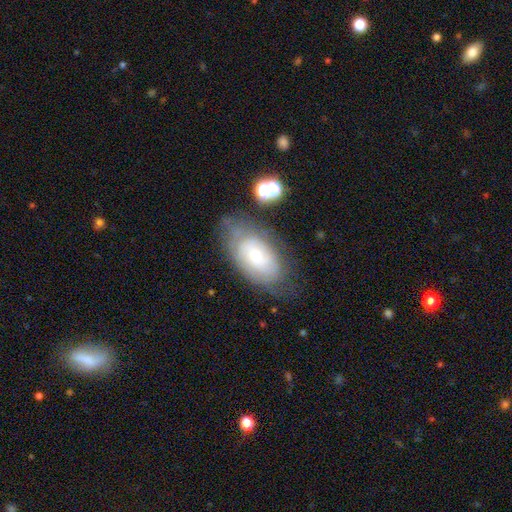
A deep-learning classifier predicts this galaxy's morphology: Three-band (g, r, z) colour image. It shows a featured or disk galaxy (54%). Merging: none (57%).